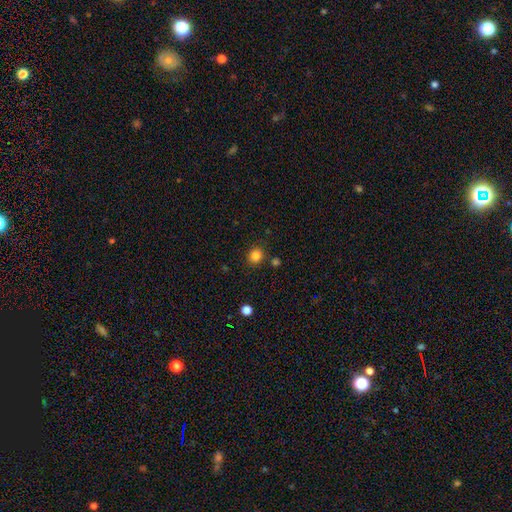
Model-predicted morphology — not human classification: This is clearly a smooth galaxy (83%). How rounded: clearly round (83%). Merging: clearly none (86%).